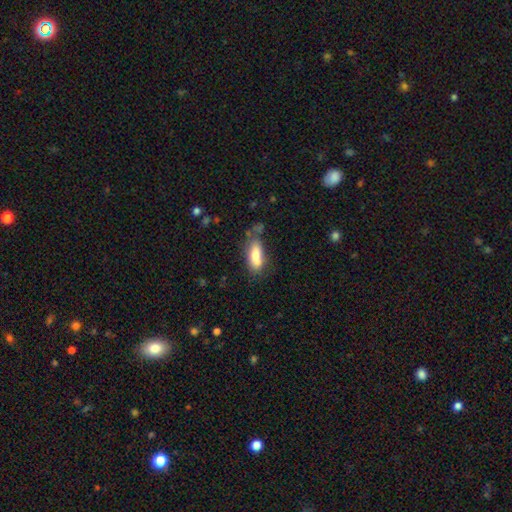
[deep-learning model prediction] smooth 76%, featured or disk 16%, star or artifact 8%. Down the decision tree: how rounded — in between (74%); merging — none (46%).